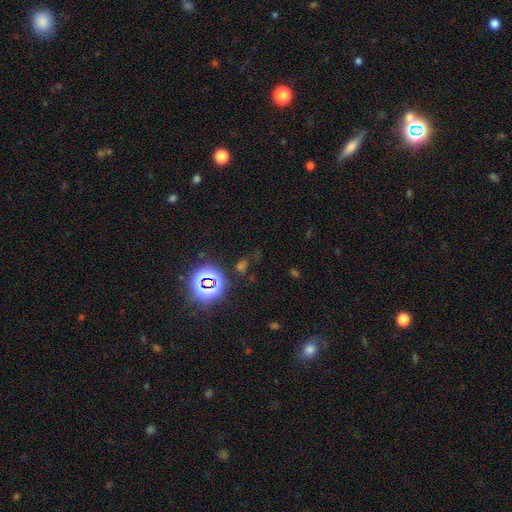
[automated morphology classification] star or artifact 70%, smooth 21%, featured or disk 9%.